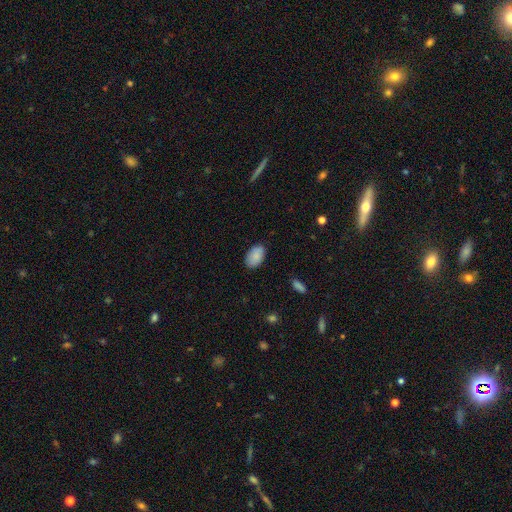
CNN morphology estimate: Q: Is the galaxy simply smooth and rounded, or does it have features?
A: smooth — 85%.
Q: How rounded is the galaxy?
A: in between — 93%.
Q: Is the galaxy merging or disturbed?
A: none — 83%.